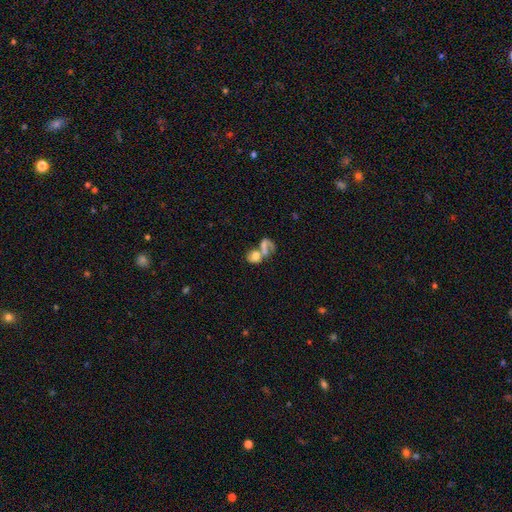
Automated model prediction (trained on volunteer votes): Smooth or featured: smooth — 55% (featured or disk — 34%)
How rounded: in between — 56% (round — 42%)
Merging: merger — 63% (none — 17%)